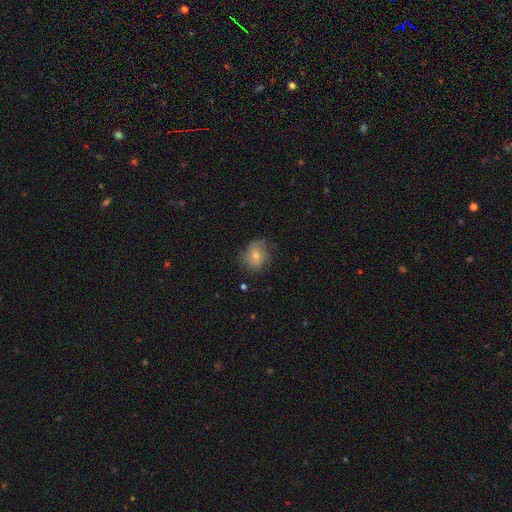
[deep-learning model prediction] Smooth or featured? smooth (51%)
How rounded? round (59%)
Merging? none (70%)